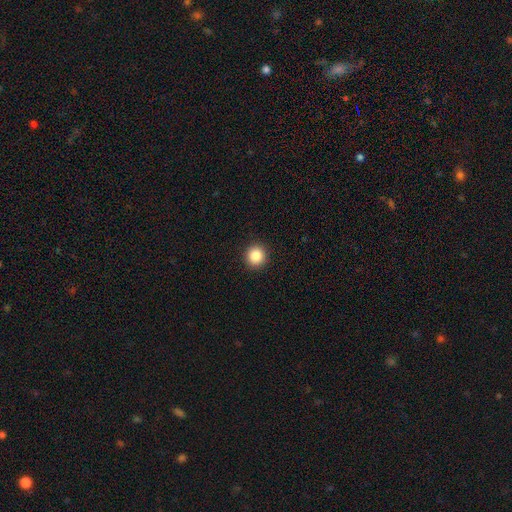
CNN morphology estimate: This appears to be a smooth galaxy with no disk features (87%) that is round (94%). Merging: none (93%).